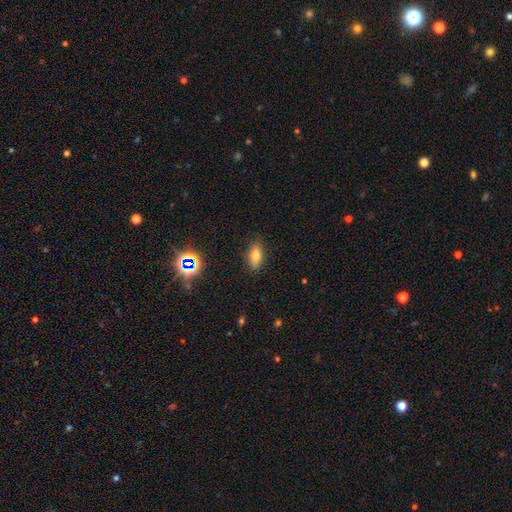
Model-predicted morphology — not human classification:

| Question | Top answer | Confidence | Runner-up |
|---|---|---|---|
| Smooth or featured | smooth | 72% | featured or disk (14%) |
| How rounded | in between | 79% | cigar-shaped (16%) |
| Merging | none | 84% | minor disturbance (12%) |